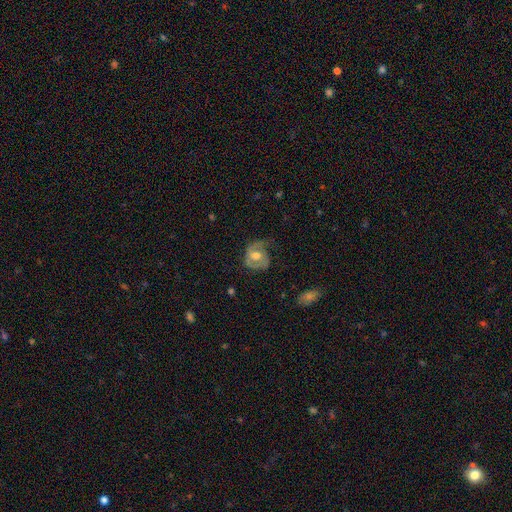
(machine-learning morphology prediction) Overall: featured or disk (59%; smooth 34%). Edge-on disk: no (96%). Bar: no (58%; weak 33%). Spiral arms: yes (76%). Bulge size: moderate (67%). Merging: none (42%; major disturbance 28%).